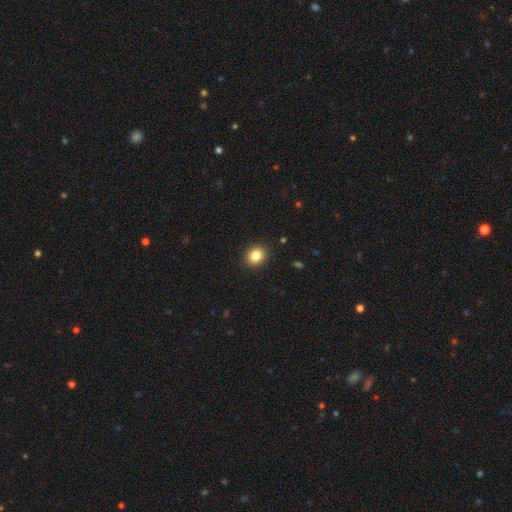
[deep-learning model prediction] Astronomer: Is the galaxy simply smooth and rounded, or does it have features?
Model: smooth — 84%.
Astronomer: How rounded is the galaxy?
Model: round — 64%.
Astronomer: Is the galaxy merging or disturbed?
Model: none — 91%.